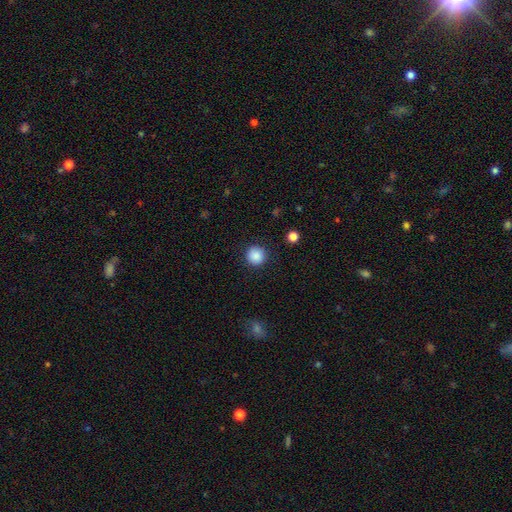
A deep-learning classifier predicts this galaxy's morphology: Smooth or featured? smooth (88%)
How rounded? round (95%)
Merging? none (91%)